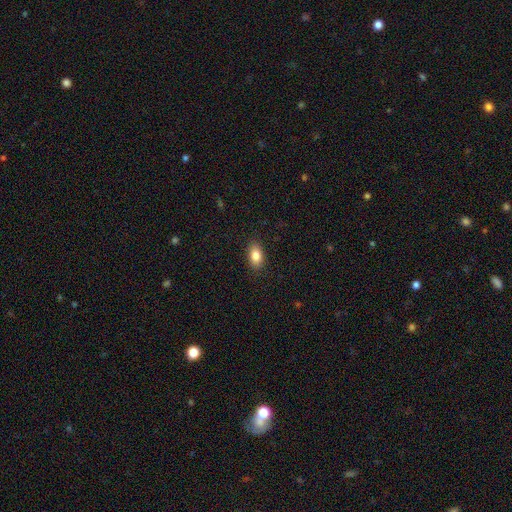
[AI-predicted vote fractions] A smooth galaxy with no disk features (84%) that is in between round and cigar-shaped (89%).

Vote fractions:
- Smooth or featured? smooth: 84% / star or artifact: 8% / featured or disk: 8%
- How rounded? in between: 89% / round: 8% / cigar-shaped: 3%
- Merging? none: 88% / minor disturbance: 9% / major disturbance: 2% / merger: 1%